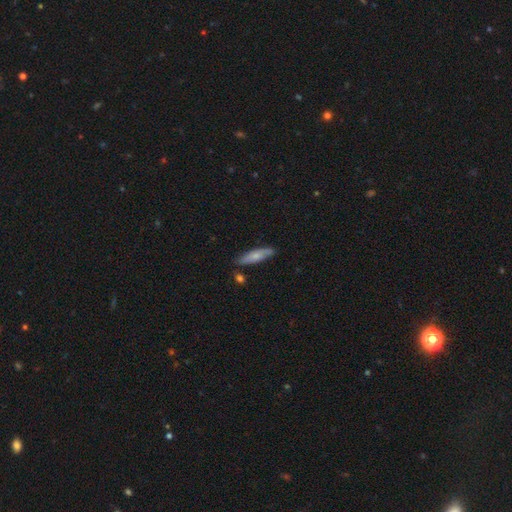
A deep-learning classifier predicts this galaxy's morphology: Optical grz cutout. It shows a smooth galaxy with no disk features (63%) that is cigar-shaped (68%). Merging: none (76%).